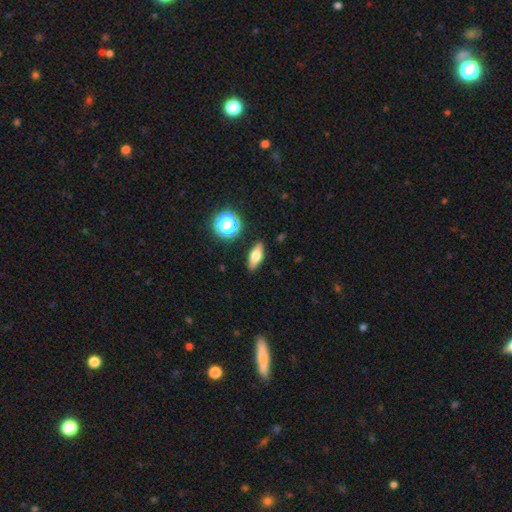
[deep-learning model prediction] Smooth or featured? Predicted: smooth (p=0.60). How rounded? Predicted: in between (p=0.63). Merging? Predicted: none (p=0.87).